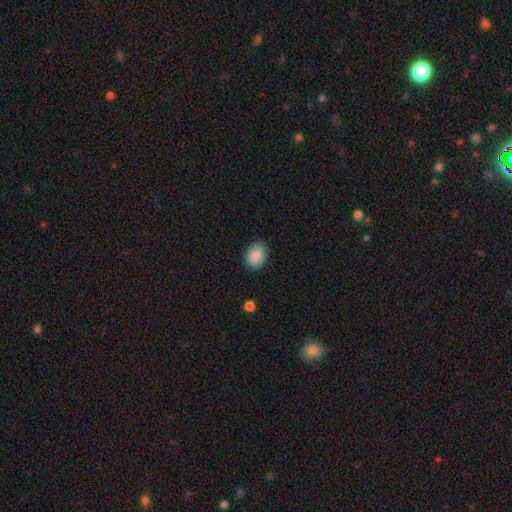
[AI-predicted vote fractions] This is clearly a smooth galaxy (89%). How rounded: likely in between (68%). Merging: clearly none (86%).